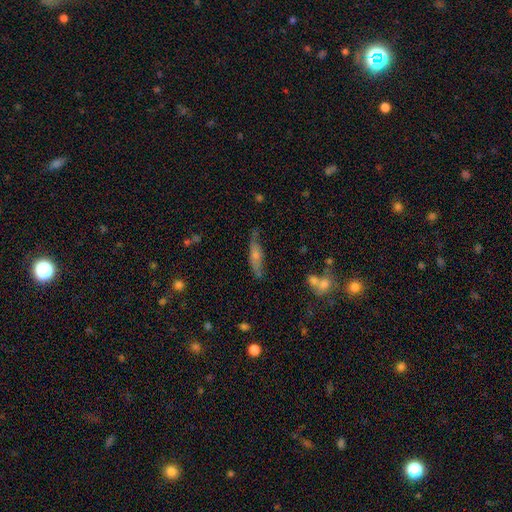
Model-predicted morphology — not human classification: type=smooth (49%); merging=none (69%).